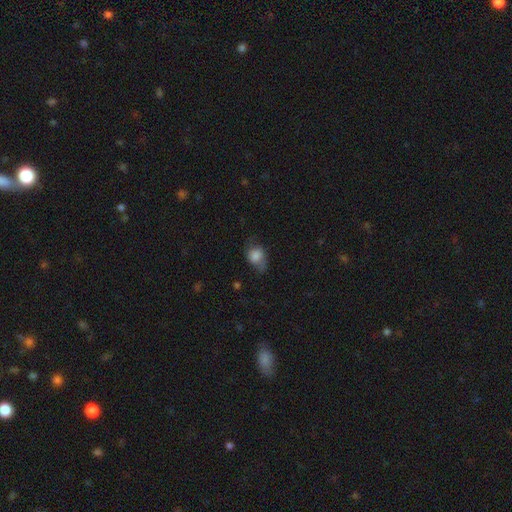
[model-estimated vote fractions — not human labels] smooth 71%, featured or disk 19%, star or artifact 9%. Down the decision tree: how rounded — in between (55%); merging — none (48%).